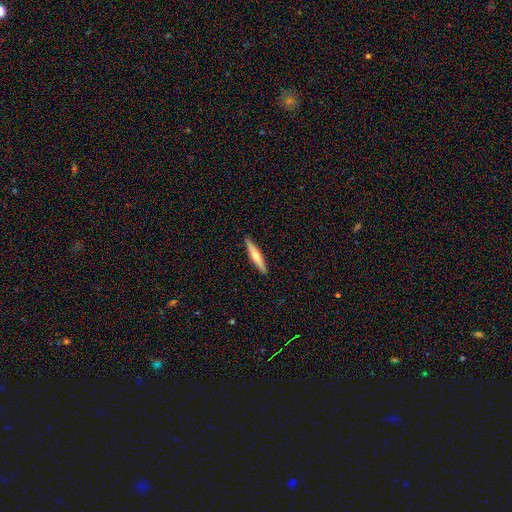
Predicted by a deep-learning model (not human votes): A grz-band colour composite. It shows a featured or disk galaxy (55%) viewed edge-on (95%) with a rounded central bulge (89%). Merging: none (92%).